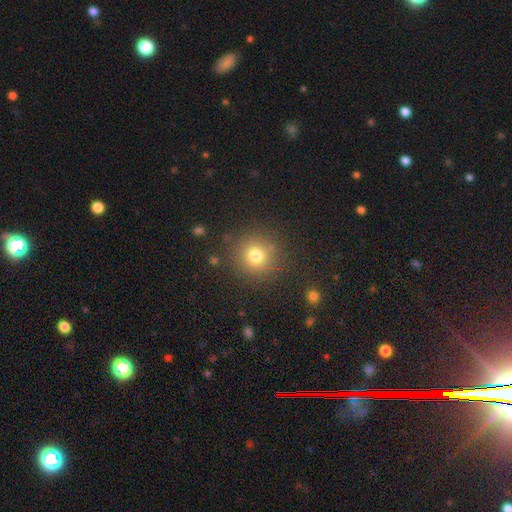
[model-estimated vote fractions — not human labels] Smooth or featured? smooth (76%)
How rounded? round (93%)
Merging? none (86%)